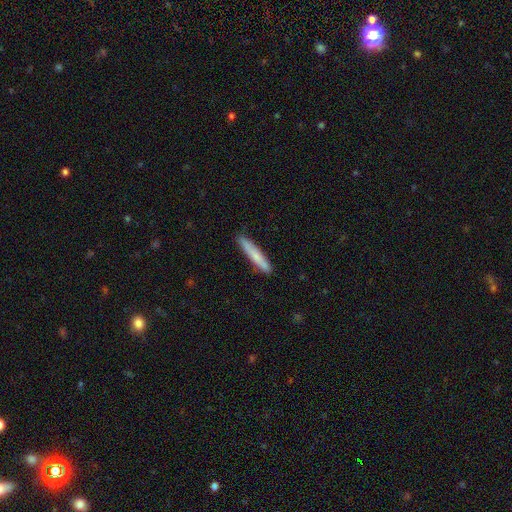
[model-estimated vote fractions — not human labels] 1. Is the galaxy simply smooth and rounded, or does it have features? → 71% smooth, 23% featured or disk, 6% star or artifact.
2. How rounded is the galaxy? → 94% cigar-shaped, 5% in between, 1% round.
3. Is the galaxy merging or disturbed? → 89% none, 8% minor disturbance, 2% major disturbance, 1% merger.